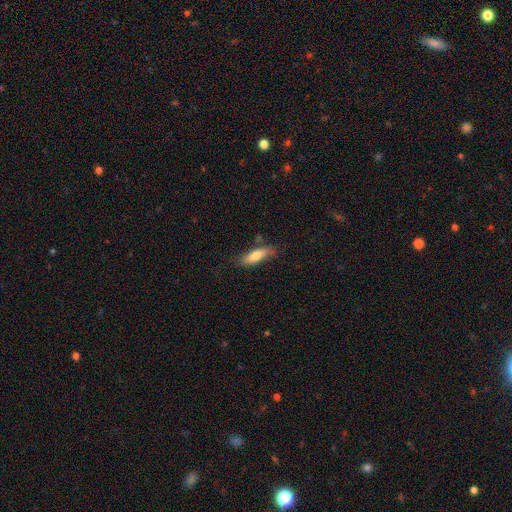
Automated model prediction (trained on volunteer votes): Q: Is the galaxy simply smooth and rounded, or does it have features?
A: smooth — 70%.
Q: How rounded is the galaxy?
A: in between — 49%.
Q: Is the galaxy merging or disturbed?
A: none — 68%.